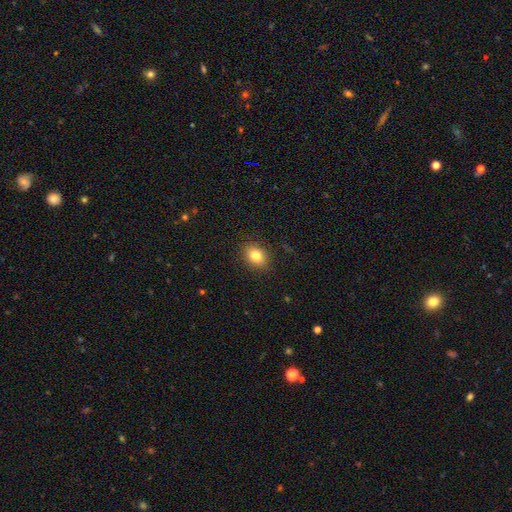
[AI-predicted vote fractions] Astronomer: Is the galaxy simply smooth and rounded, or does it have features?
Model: smooth — 81%.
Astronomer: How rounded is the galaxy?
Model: in between — 59% (runner-up: round, 40%).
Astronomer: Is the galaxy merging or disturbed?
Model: none — 89%.